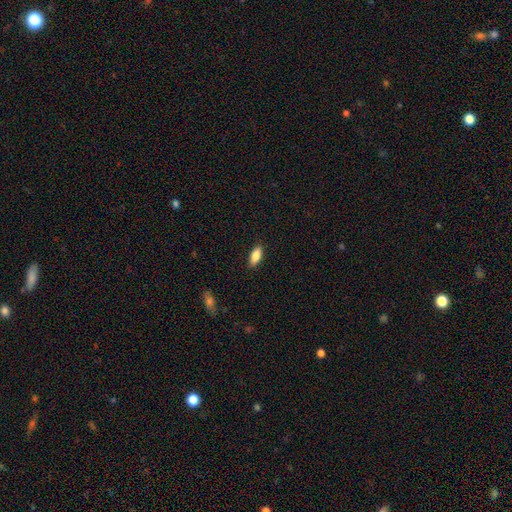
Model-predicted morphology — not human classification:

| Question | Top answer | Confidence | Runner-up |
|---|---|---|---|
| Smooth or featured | smooth | 85% | featured or disk (9%) |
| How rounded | in between | 82% | cigar-shaped (16%) |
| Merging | none | 88% | minor disturbance (9%) |